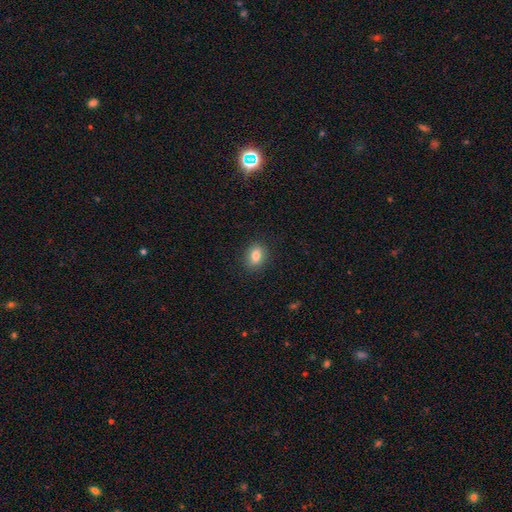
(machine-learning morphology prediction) Smooth or featured? smooth (83%)
How rounded? in between (69%)
Merging? none (87%)